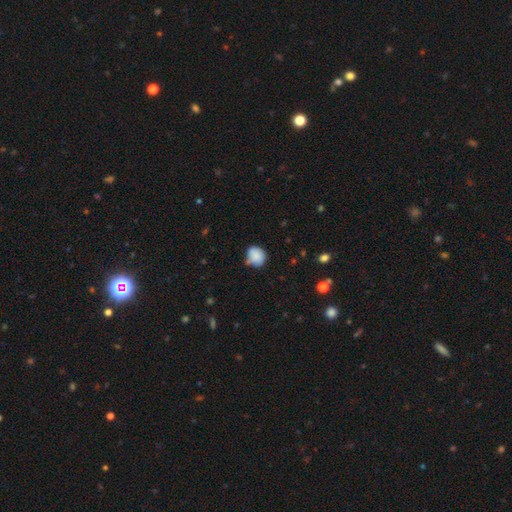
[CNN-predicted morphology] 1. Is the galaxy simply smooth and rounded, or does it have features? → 83% smooth, 9% star or artifact, 8% featured or disk.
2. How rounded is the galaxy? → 72% round, 27% in between, 1% cigar-shaped.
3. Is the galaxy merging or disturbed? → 58% none, 28% minor disturbance, 8% merger, 6% major disturbance.